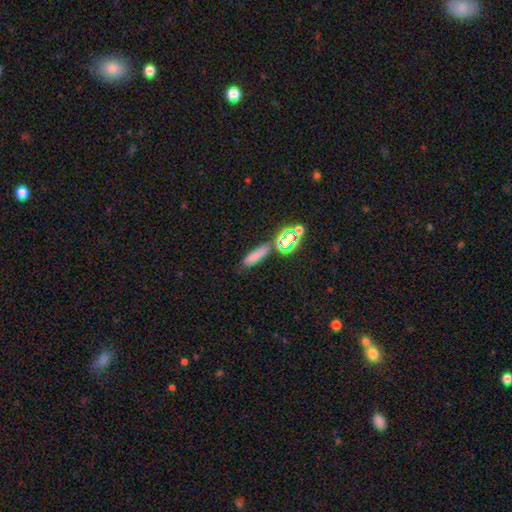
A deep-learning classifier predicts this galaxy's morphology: This is likely a smooth galaxy (71%). How rounded: likely cigar-shaped (68%). Merging: likely none (74%).